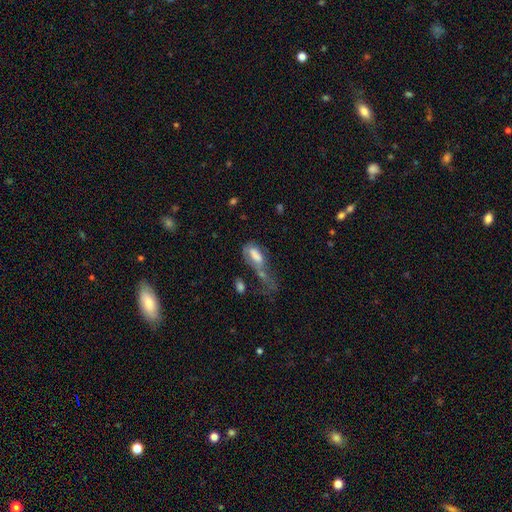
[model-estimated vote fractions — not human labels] This appears to be a smooth galaxy with no disk features (65%) that is in between round and cigar-shaped (82%). Merging: major disturbance (45%).